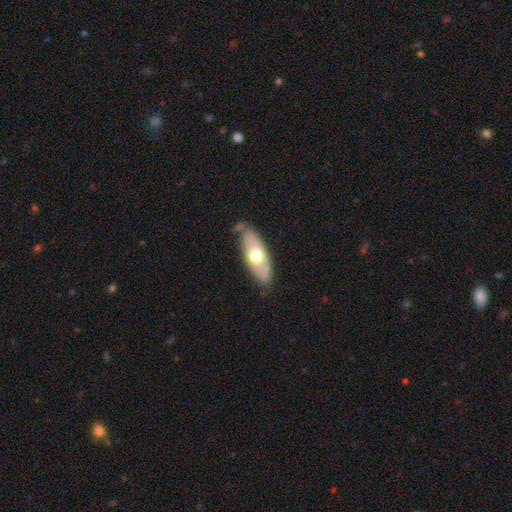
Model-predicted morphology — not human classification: smooth-or-featured: smooth: 56% | featured or disk: 39% | star or artifact: 5%
  how-rounded: in between: 74% | cigar-shaped: 24% | round: 3%
  merging: none: 72% | minor disturbance: 19% | merger: 5% | major disturbance: 4%